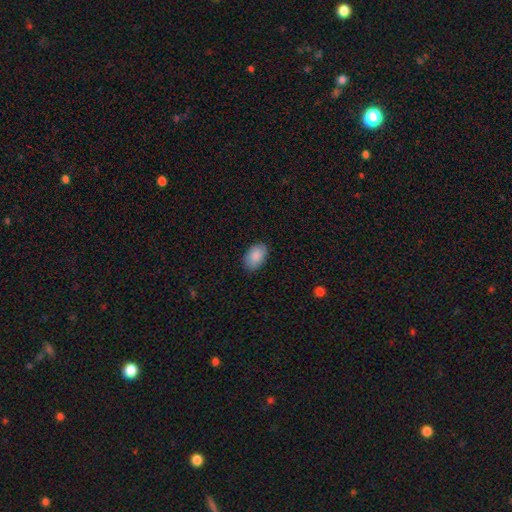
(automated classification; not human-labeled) The model was most divided on "merging": none: 87%, minor disturbance: 10%, major disturbance: 2%, merger: 1%. More confident: how rounded — in between (92%); smooth or featured — smooth (88%).